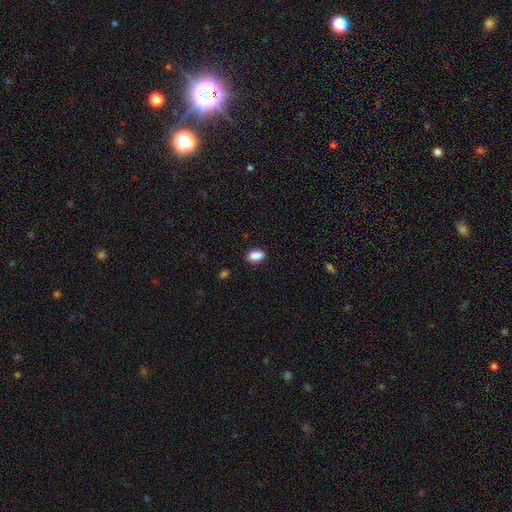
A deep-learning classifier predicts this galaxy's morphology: type=smooth (88%); roundness=in between (87%); merging=none (84%).